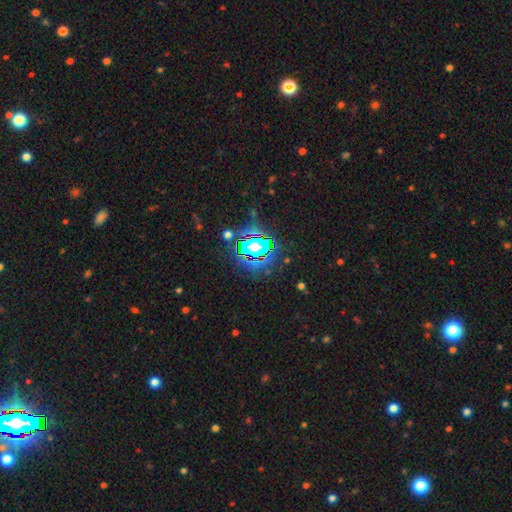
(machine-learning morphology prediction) A star or artifact, not a galaxy (82%).

Vote fractions:
- Smooth or featured? star or artifact: 82% / smooth: 10% / featured or disk: 7%